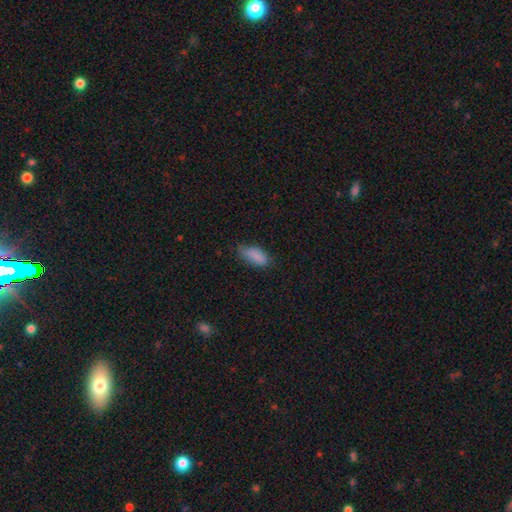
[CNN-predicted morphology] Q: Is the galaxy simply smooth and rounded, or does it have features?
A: smooth — 86%.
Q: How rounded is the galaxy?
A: in between — 87%.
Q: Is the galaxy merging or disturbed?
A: none — 60%.